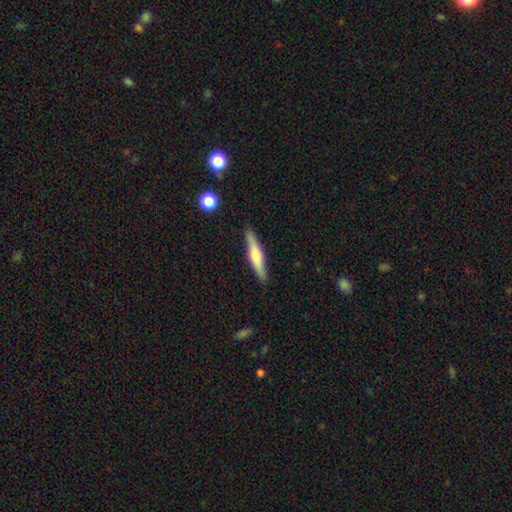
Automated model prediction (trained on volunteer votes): Overall: smooth (49%; featured or disk 45%). Merging: none (87%).